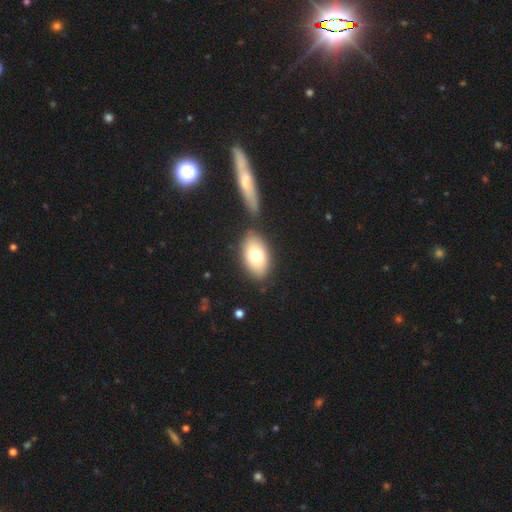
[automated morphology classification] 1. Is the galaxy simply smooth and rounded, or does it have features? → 75% smooth, 18% featured or disk, 7% star or artifact.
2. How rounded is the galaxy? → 90% in between, 8% round, 2% cigar-shaped.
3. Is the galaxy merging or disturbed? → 73% none, 12% merger, 11% minor disturbance, 4% major disturbance.